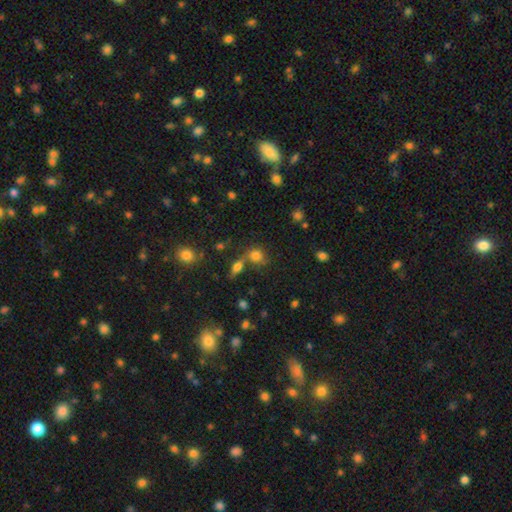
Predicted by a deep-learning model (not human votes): Morphology: type=smooth (75%); roundness=round (66%); merging=none (55%).